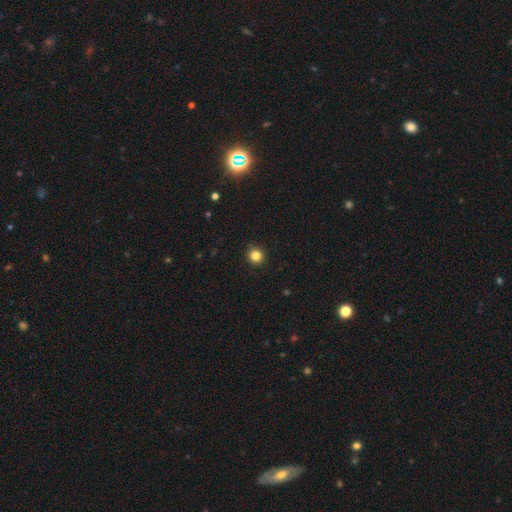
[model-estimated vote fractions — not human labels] Morphology: type=smooth (83%); roundness=round (93%); merging=none (92%).